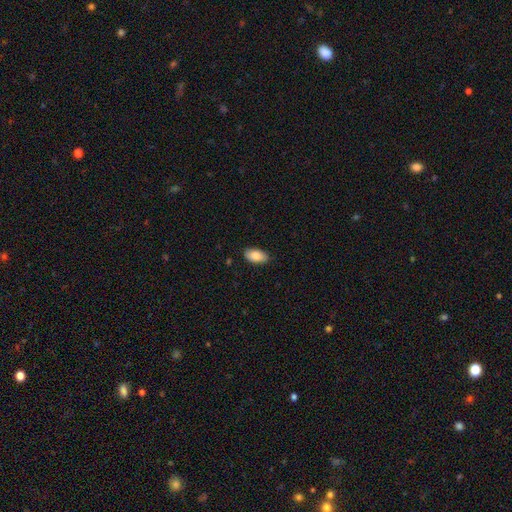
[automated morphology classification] A smooth galaxy with no disk features (83%) that is in between round and cigar-shaped (94%).

Vote fractions:
- Smooth or featured? smooth: 83% / featured or disk: 11% / star or artifact: 7%
- How rounded? in between: 94% / round: 4% / cigar-shaped: 2%
- Merging? none: 86% / minor disturbance: 11% / major disturbance: 2% / merger: 1%